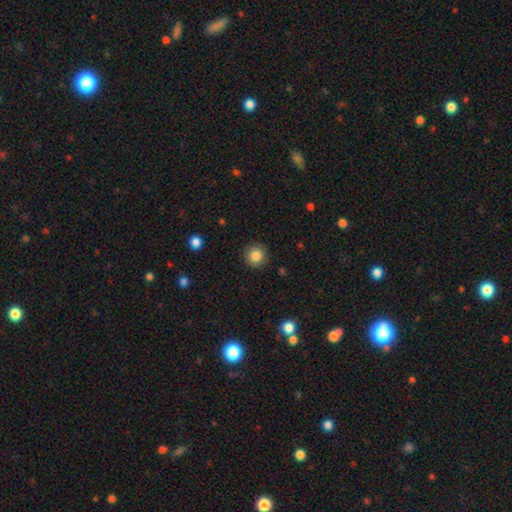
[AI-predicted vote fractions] Smooth or featured? smooth (85%)
How rounded? round (94%)
Merging? none (90%)